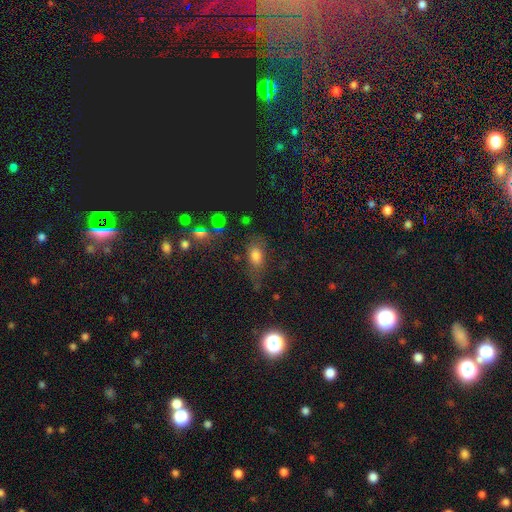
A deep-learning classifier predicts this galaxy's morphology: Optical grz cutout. It shows a smooth galaxy with no disk features (71%) that is in between round and cigar-shaped (75%). Merging: none (59%).